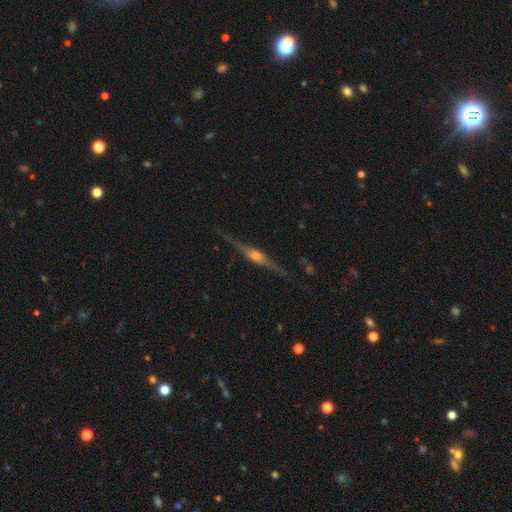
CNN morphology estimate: Overall: featured or disk (85%). Edge-on disk: yes (98%). Edge-on bulge: rounded (88%). Merging: none (86%).